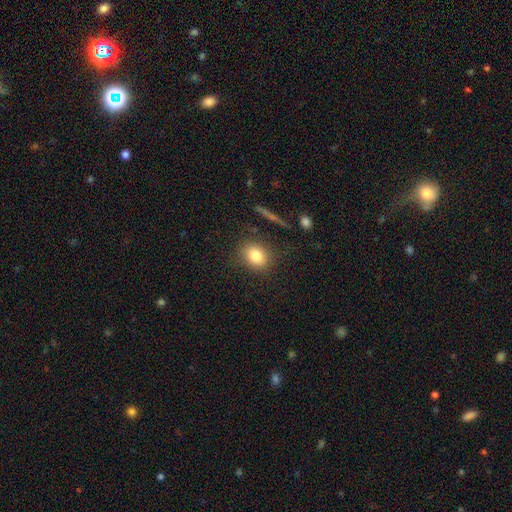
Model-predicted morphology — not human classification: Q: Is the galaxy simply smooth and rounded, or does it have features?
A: smooth — 80%.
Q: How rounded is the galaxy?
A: round — 52%.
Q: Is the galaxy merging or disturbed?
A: none — 82%.